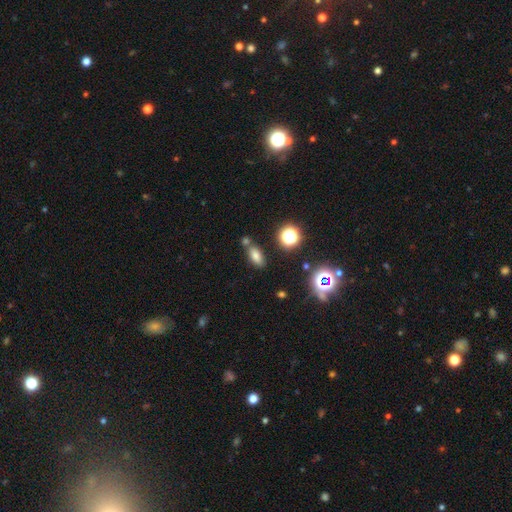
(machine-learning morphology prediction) A smooth galaxy with no disk features (72%) that is in between round and cigar-shaped (79%). Merging: none (67%).